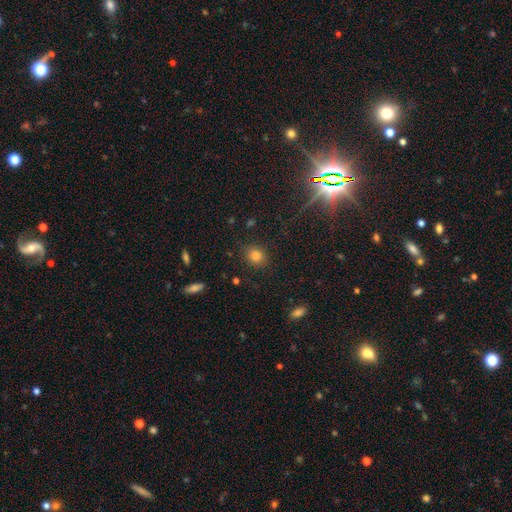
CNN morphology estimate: Smooth or featured? Predicted: smooth (p=0.79). How rounded? Predicted: round (p=0.69). Merging? Predicted: none (p=0.85).